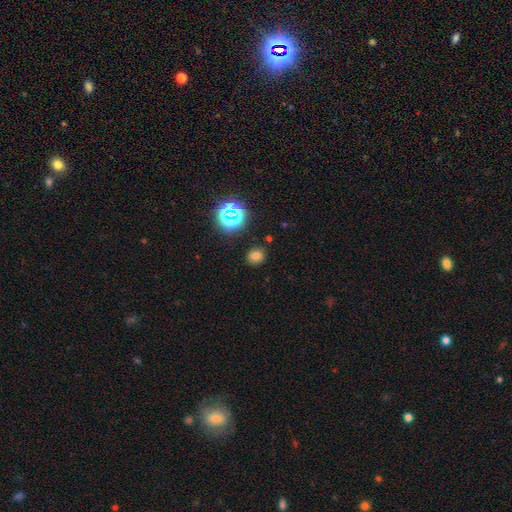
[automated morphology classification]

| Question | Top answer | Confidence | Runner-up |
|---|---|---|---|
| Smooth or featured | smooth | 71% | star or artifact (22%) |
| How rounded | round | 72% | in between (27%) |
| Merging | none | 85% | minor disturbance (9%) |